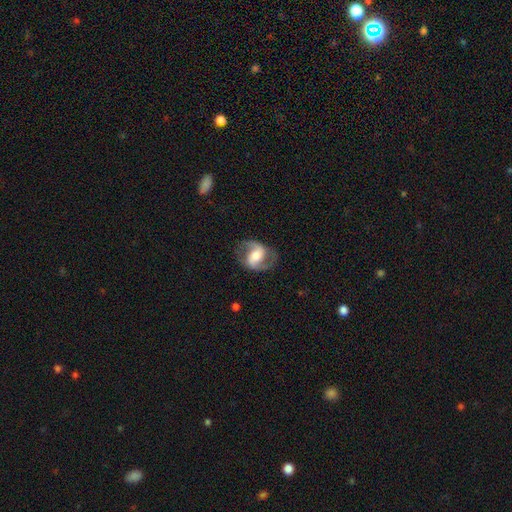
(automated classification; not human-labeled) smooth_or_featured: featured or disk (p=0.78) [alt: smooth p=0.16]
disk_edge_on: no (p=0.97) [alt: yes p=0.03]
bar: weak (p=0.41) [alt: no p=0.30]
has_spiral_arms: yes (p=0.92) [alt: no p=0.08]
spiral_winding: medium (p=0.51) [alt: loose p=0.31]
spiral_arm_count: 2 (p=0.91) [alt: can't tell p=0.04]
bulge_size: moderate (p=0.47) [alt: large p=0.28]
merging: none (p=0.75) [alt: minor disturbance p=0.15]